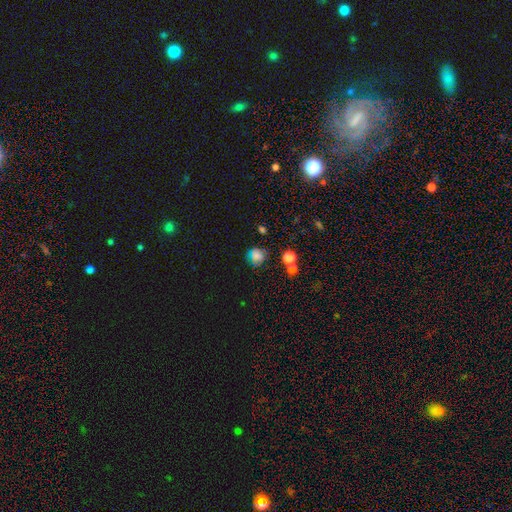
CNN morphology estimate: Smooth or featured? smooth (62%)
How rounded? round (82%)
Merging? none (67%)